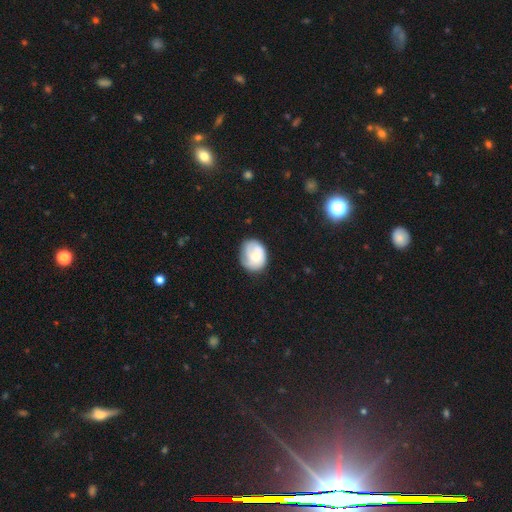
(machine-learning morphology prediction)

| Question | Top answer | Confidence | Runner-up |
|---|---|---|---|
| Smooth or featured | smooth | 60% | featured or disk (33%) |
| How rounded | round | 54% | in between (46%) |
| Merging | none | 61% | minor disturbance (28%) |